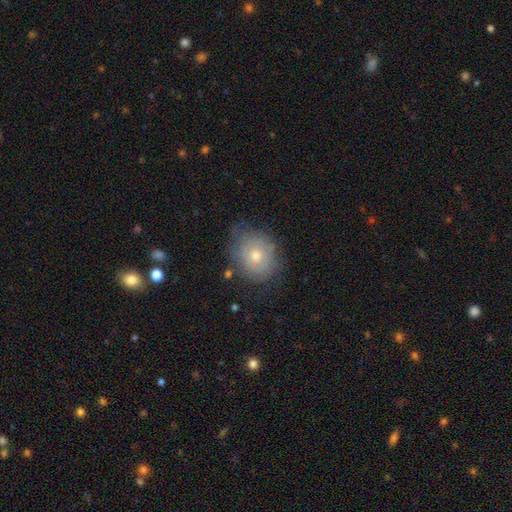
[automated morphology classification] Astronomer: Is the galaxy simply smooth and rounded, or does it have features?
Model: smooth — 48% (runner-up: featured or disk, 41%).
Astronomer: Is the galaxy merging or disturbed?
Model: none — 69%.